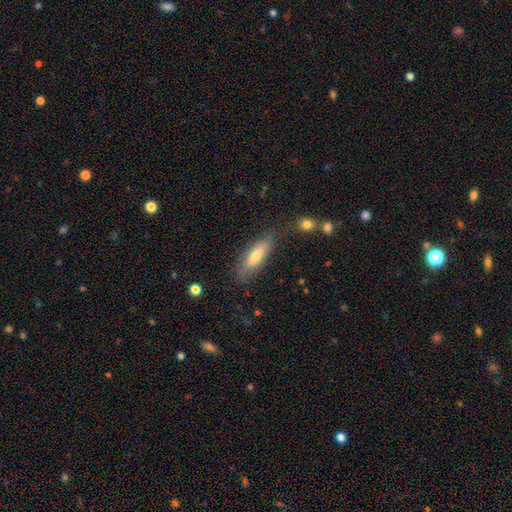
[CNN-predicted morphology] The model was most divided on "how rounded": cigar-shaped: 54%, in between: 45%, round: 2%. More confident: merging — none (74%); smooth or featured — smooth (67%).